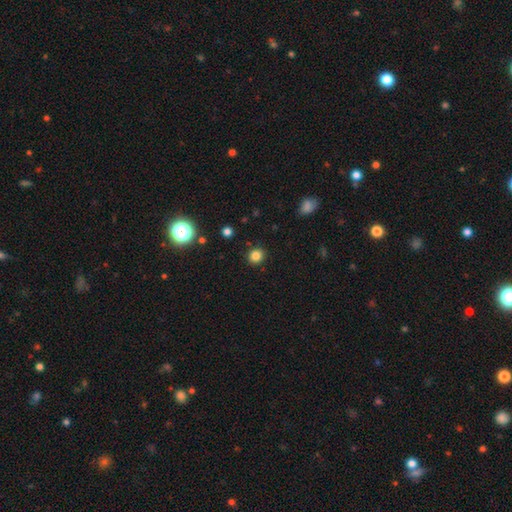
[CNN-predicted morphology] type=smooth (82%); roundness=round (85%); merging=none (90%).